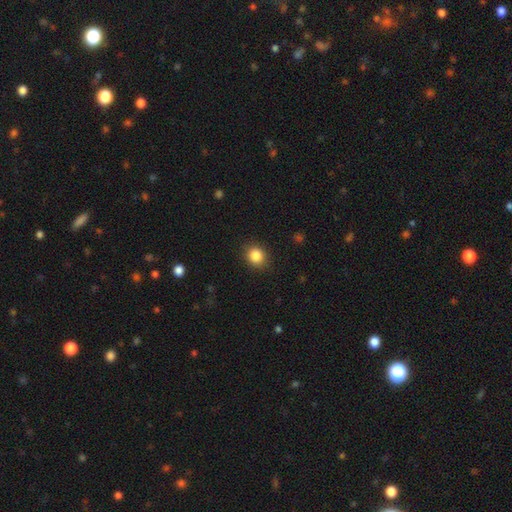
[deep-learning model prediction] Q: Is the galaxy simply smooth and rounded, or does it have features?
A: smooth — 86%.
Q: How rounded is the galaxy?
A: round — 72%.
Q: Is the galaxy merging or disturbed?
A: none — 88%.